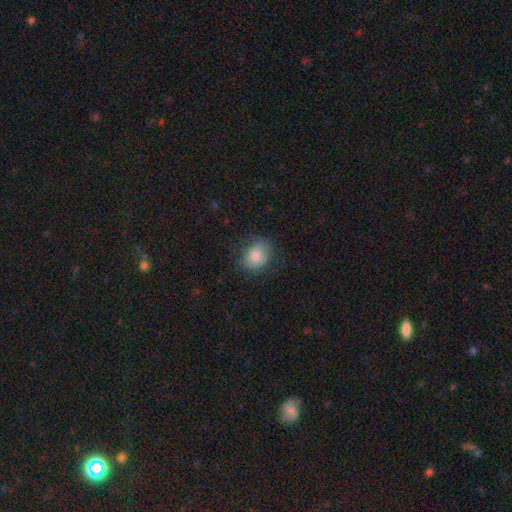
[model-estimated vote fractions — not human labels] Morphology: type=smooth (82%); roundness=round (50%); merging=none (71%).